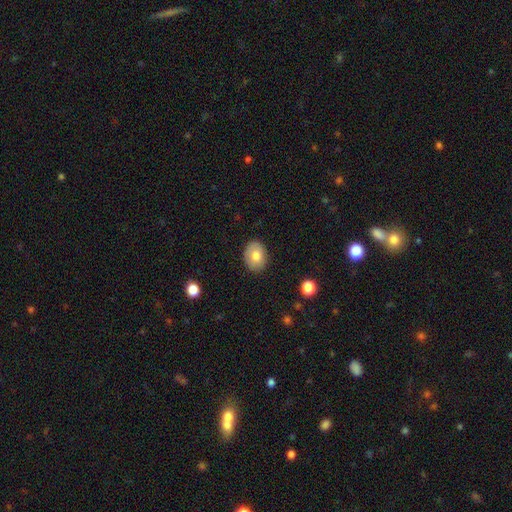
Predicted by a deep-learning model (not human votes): Smooth or featured: smooth — 77% (featured or disk — 16%)
How rounded: in between — 65% (round — 34%)
Merging: none — 86% (minor disturbance — 11%)